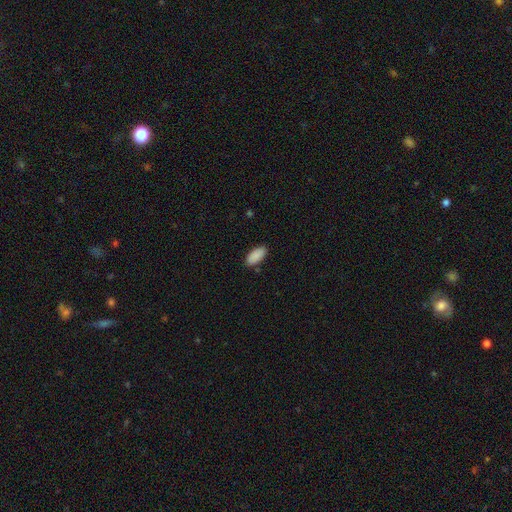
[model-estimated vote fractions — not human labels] A smooth galaxy with no disk features (90%) that is in between round and cigar-shaped (91%).

Vote fractions:
- Smooth or featured? smooth: 90% / star or artifact: 6% / featured or disk: 3%
- How rounded? in between: 91% / cigar-shaped: 7% / round: 2%
- Merging? none: 86% / minor disturbance: 10% / major disturbance: 2% / merger: 1%